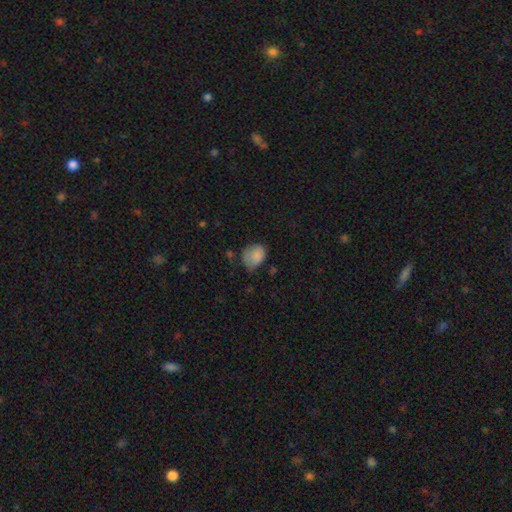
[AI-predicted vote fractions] Morphology: type=smooth (80%); roundness=in between (58%); merging=minor disturbance (40%, tied with none).